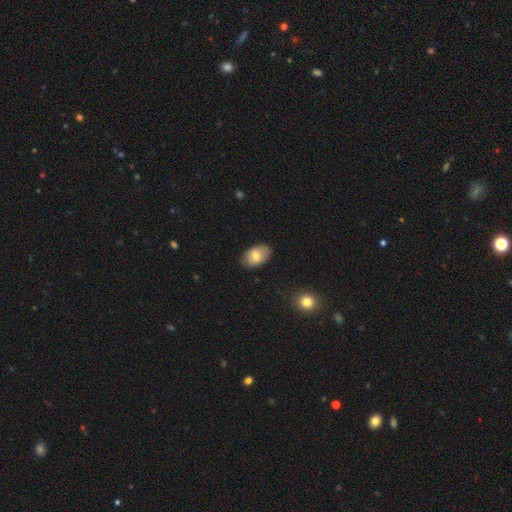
Smooth or featured?
  - smooth: 95% *
  - featured or disk: 5%
  - star or artifact: 0%
How rounded?
  - in between: 92% *
  - round: 6%
  - cigar-shaped: 3%
Merging?
  - none: 87% *
  - minor disturbance: 11%
  - merger: 3%
  - major disturbance: 0%